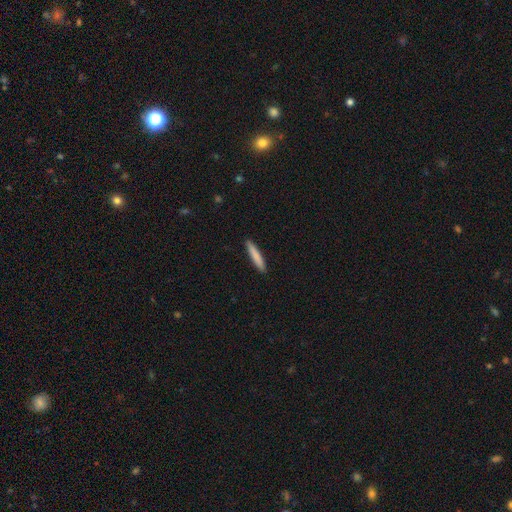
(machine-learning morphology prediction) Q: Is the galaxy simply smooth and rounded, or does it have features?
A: smooth — 83%.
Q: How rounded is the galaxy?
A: cigar-shaped — 93%.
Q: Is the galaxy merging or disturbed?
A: none — 91%.